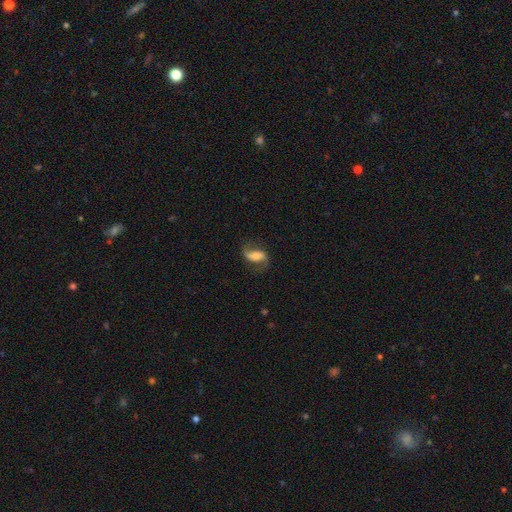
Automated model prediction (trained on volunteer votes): smooth_or_featured: featured or disk (p=0.72) [alt: smooth p=0.21]
disk_edge_on: no (p=0.95) [alt: yes p=0.05]
bar: weak (p=0.37) [alt: strong p=0.33]
has_spiral_arms: yes (p=0.93) [alt: no p=0.07]
spiral_winding: loose (p=0.63) [alt: medium p=0.29]
spiral_arm_count: 2 (p=0.90) [alt: 1 p=0.05]
bulge_size: moderate (p=0.38) [alt: small p=0.32]
merging: none (p=0.71) [alt: minor disturbance p=0.17]